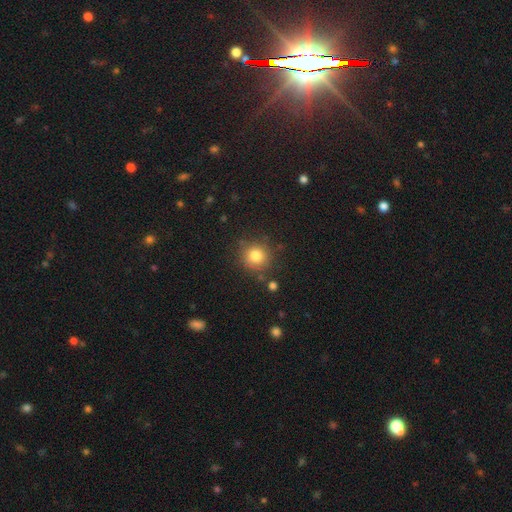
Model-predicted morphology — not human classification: Q: Smooth or featured?
A: smooth (81%); runner-up: star or artifact (12%)
Q: How rounded?
A: round (91%); runner-up: in between (8%)
Q: Merging?
A: none (83%); runner-up: minor disturbance (10%)